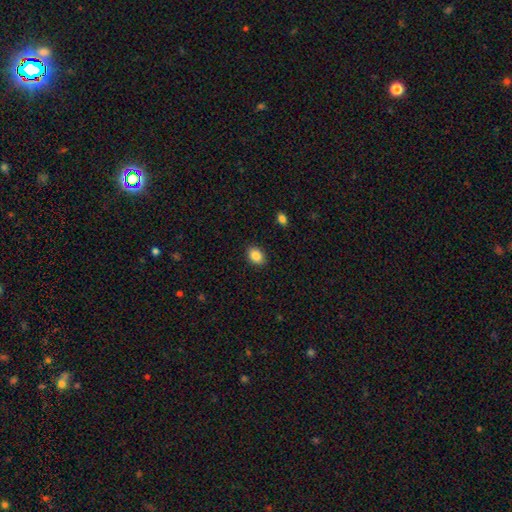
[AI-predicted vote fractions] Smooth or featured?
  - smooth: 86% *
  - star or artifact: 9%
  - featured or disk: 6%
How rounded?
  - in between: 71% *
  - round: 28%
  - cigar-shaped: 1%
Merging?
  - none: 89% *
  - minor disturbance: 8%
  - major disturbance: 2%
  - merger: 1%